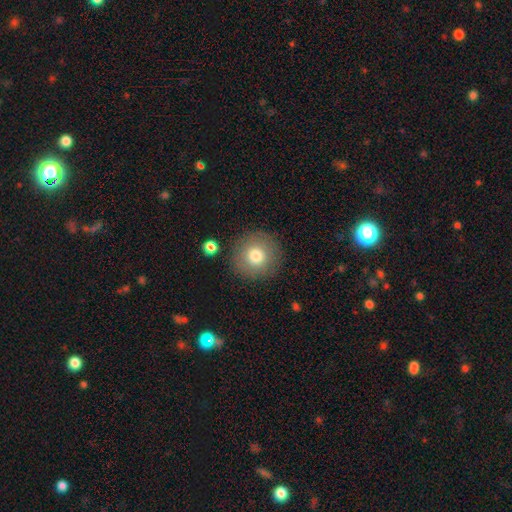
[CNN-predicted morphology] smooth-or-featured: smooth: 78% | featured or disk: 13% | star or artifact: 10%
  how-rounded: round: 95% | in between: 4% | cigar-shaped: 1%
  merging: none: 88% | minor disturbance: 8% | major disturbance: 3% | merger: 2%